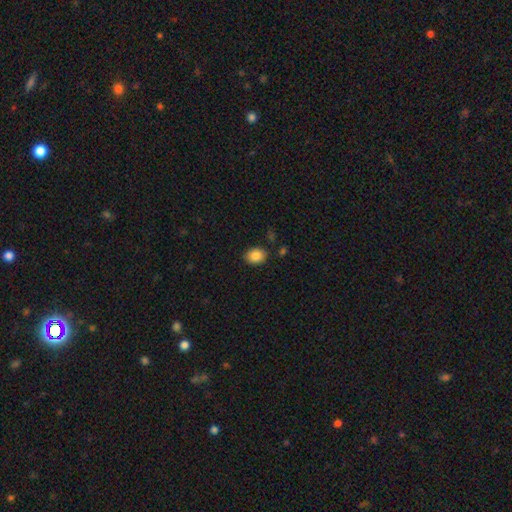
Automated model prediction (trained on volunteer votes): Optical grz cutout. It shows a smooth galaxy with no disk features (86%) that is in between round and cigar-shaped (58%). Merging: none (85%).